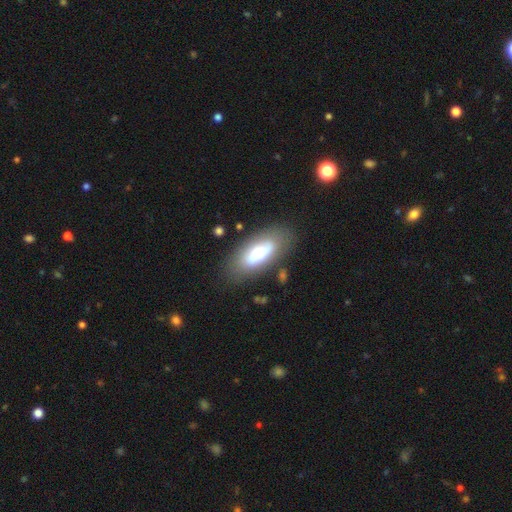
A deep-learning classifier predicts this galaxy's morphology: Smooth or featured: smooth — 62% (featured or disk — 31%)
How rounded: in between — 81% (cigar-shaped — 17%)
Merging: none — 80% (minor disturbance — 13%)